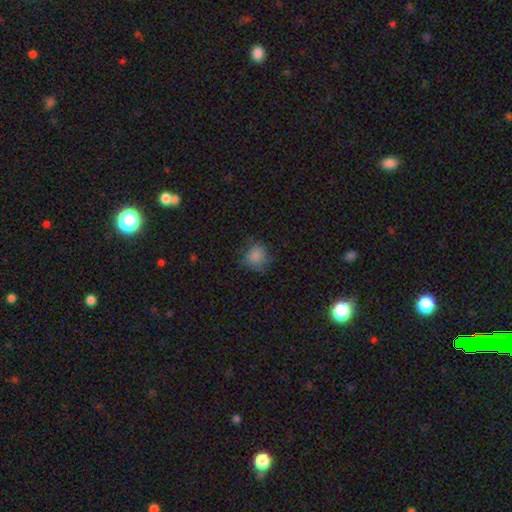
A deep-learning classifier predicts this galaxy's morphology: Smooth or featured: smooth — 83% (star or artifact — 11%)
How rounded: round — 86% (in between — 13%)
Merging: none — 72% (minor disturbance — 20%)